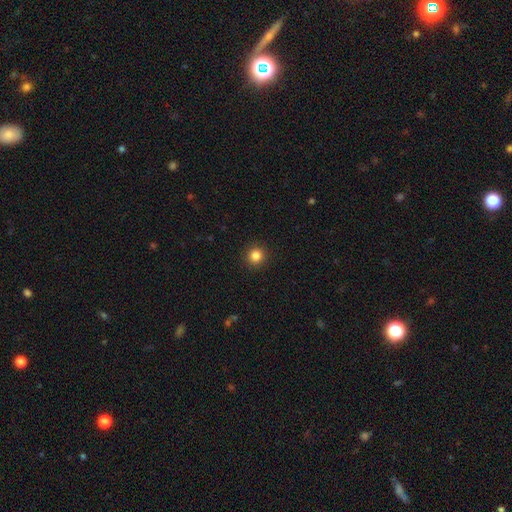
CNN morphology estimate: Overall: smooth (85%). How rounded: round (94%). Merging: none (92%).